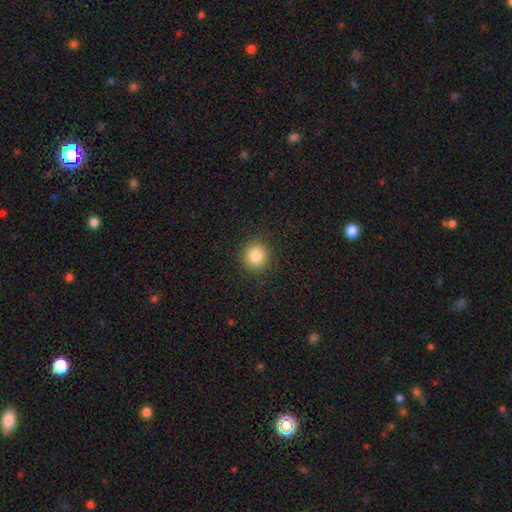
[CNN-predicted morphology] This is clearly a smooth galaxy (85%). How rounded: clearly round (93%). Merging: clearly none (91%).